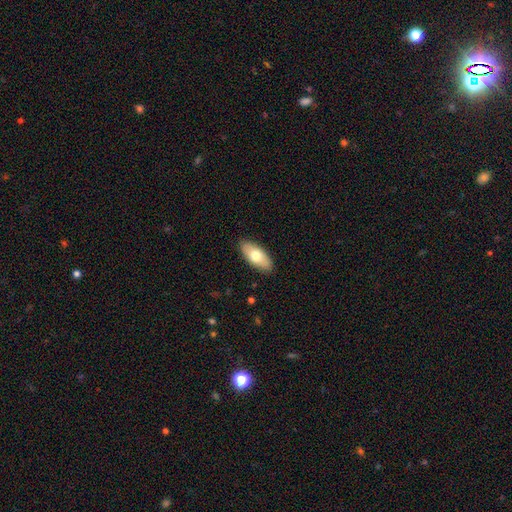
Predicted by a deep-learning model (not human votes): Smooth or featured: smooth — 69% (featured or disk — 25%)
How rounded: in between — 88% (cigar-shaped — 9%)
Merging: none — 88% (minor disturbance — 9%)